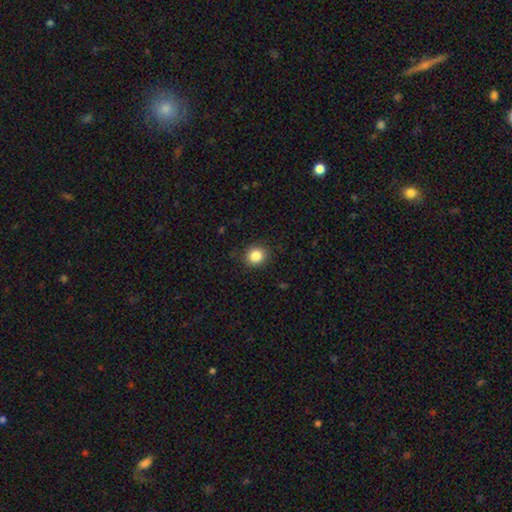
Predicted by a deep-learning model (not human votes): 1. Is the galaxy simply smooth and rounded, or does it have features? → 85% smooth, 10% star or artifact, 5% featured or disk.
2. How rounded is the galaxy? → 79% round, 20% in between, 1% cigar-shaped.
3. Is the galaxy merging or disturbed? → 88% none, 8% minor disturbance, 2% major disturbance, 1% merger.